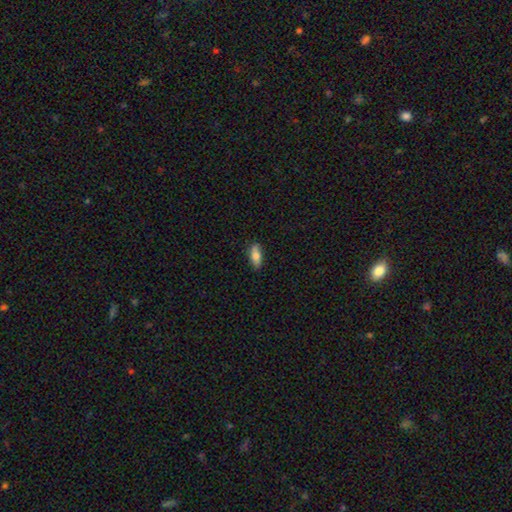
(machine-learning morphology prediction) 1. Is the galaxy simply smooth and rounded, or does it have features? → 79% smooth, 15% featured or disk, 7% star or artifact.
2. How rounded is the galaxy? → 74% in between, 24% cigar-shaped, 3% round.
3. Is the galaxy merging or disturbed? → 84% none, 13% minor disturbance, 2% major disturbance, 1% merger.